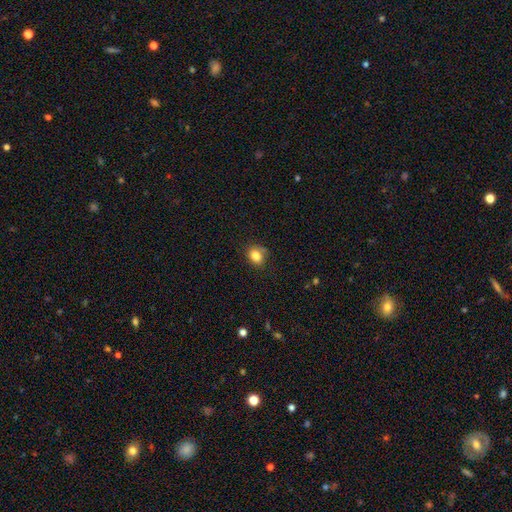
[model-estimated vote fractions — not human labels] Smooth or featured?
  - smooth: 82% *
  - star or artifact: 11%
  - featured or disk: 8%
How rounded?
  - in between: 53% *
  - round: 46%
  - cigar-shaped: 1%
Merging?
  - none: 69% *
  - minor disturbance: 22%
  - major disturbance: 6%
  - merger: 3%